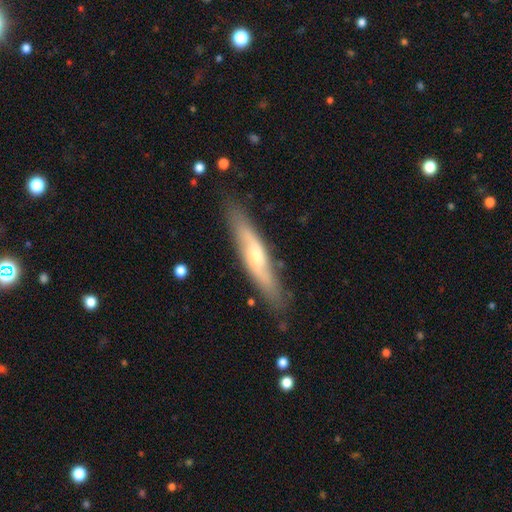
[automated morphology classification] Smooth or featured? featured or disk (53%)
Edge-on disk? yes (57%)
Merging? none (81%)